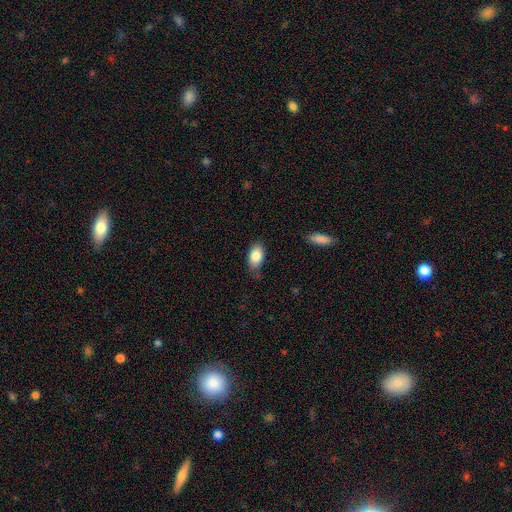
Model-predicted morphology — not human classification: Smooth or featured: smooth — 85% (featured or disk — 8%)
How rounded: in between — 92% (round — 6%)
Merging: none — 73% (minor disturbance — 21%)